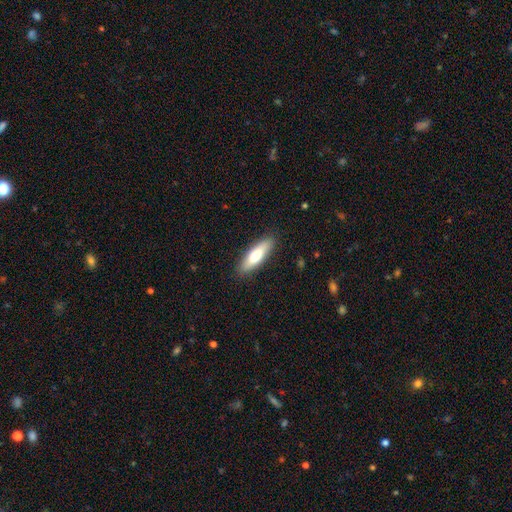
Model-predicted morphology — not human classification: Smooth or featured: smooth — 70% (featured or disk — 24%)
How rounded: cigar-shaped — 61% (in between — 38%)
Merging: none — 88% (minor disturbance — 9%)